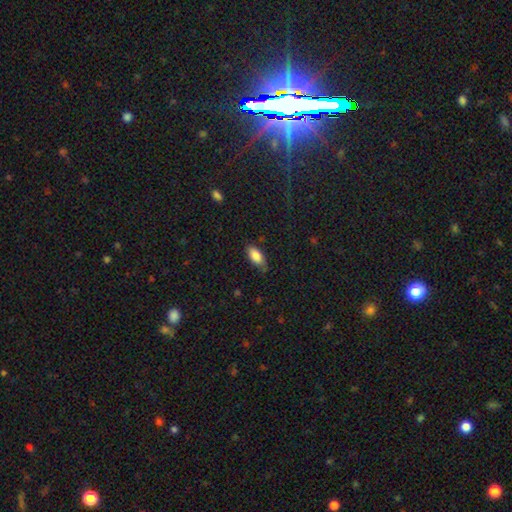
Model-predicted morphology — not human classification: smooth_or_featured: smooth (p=0.83) [alt: featured or disk p=0.10]
how_rounded: in between (p=0.88) [alt: cigar-shaped p=0.09]
merging: none (p=0.75) [alt: minor disturbance p=0.20]